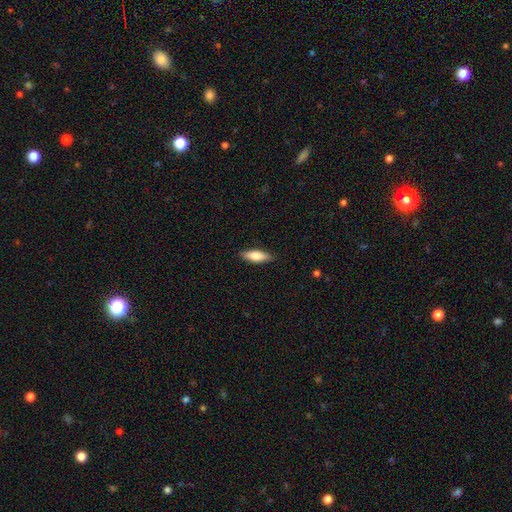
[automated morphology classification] smooth 75%, featured or disk 20%, star or artifact 6%. Down the decision tree: how rounded — in between (60%); merging — none (88%).